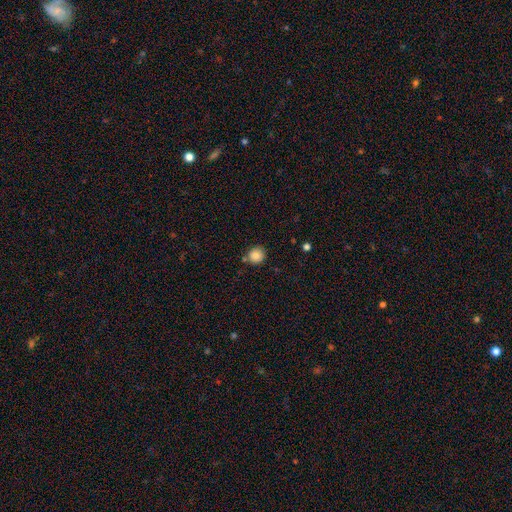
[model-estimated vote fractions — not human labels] This is clearly a smooth galaxy (84%). How rounded: clearly round (91%). Merging: likely none (80%).